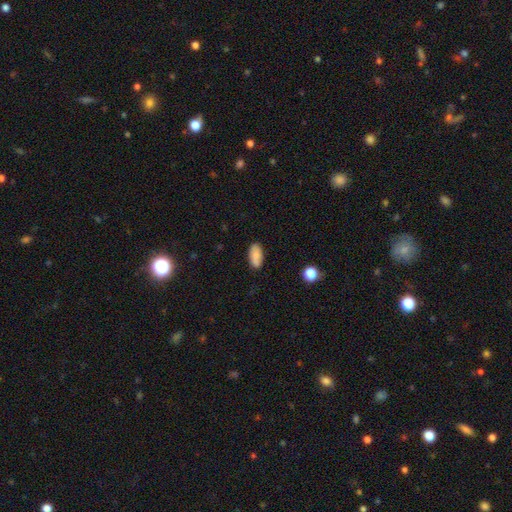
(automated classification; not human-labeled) This is clearly a smooth galaxy (82%). How rounded: clearly in between (90%). Merging: likely none (78%).